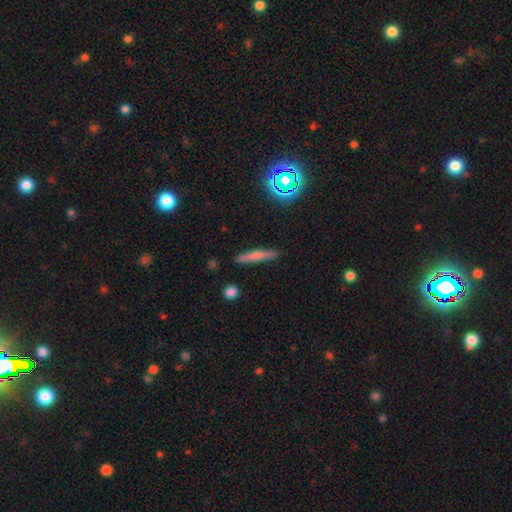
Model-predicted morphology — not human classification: smooth-or-featured: smooth: 65% | featured or disk: 24% | star or artifact: 11%
  how-rounded: cigar-shaped: 90% | in between: 8% | round: 2%
  merging: none: 87% | minor disturbance: 9% | major disturbance: 2% | merger: 2%